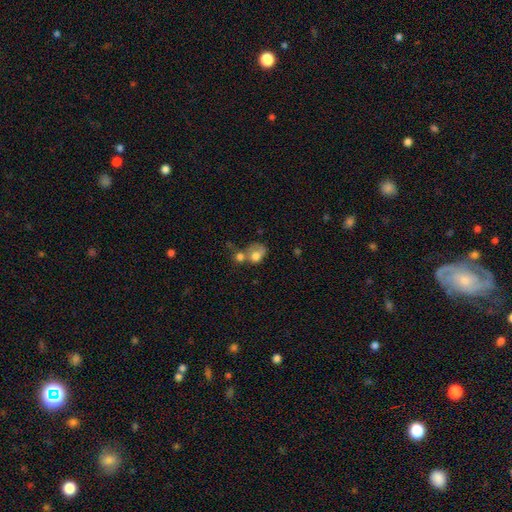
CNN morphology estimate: This appears to be a smooth galaxy with no disk features (70%) that is in between round and cigar-shaped (50%). Merging: merger (57%).